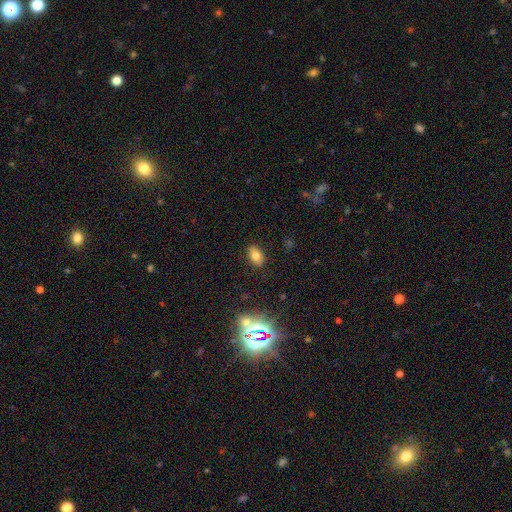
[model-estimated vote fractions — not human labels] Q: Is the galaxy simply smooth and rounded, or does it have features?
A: smooth — 76%.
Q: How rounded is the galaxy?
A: in between — 88%.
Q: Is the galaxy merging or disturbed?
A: none — 87%.